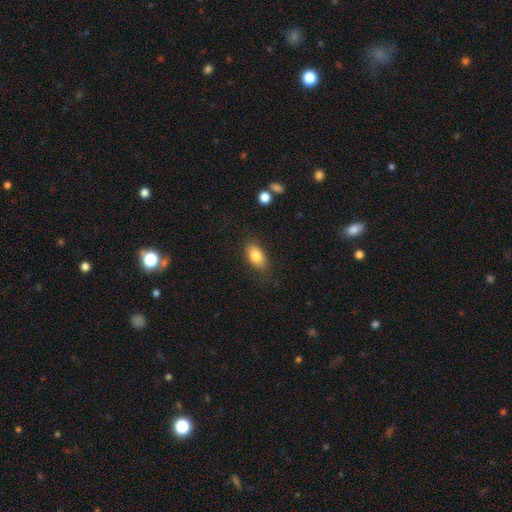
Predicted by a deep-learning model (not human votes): A smooth galaxy with no disk features (82%) that is in between round and cigar-shaped (88%). Merging: none (82%).